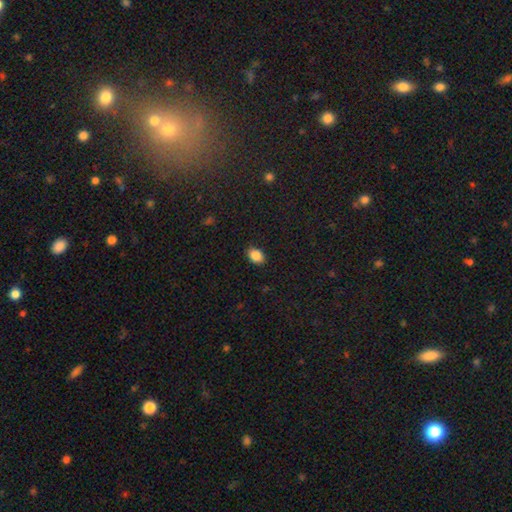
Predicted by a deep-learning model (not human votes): This appears to be a smooth galaxy with no disk features (86%) that is in between round and cigar-shaped (80%). Merging: none (88%).